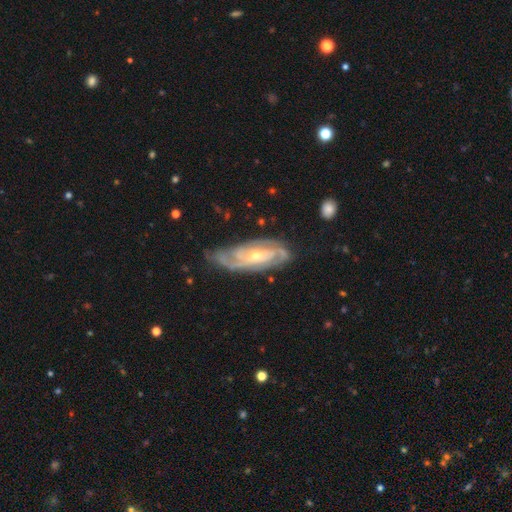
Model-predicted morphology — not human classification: Smooth or featured?
  - featured or disk: 87% *
  - smooth: 8%
  - star or artifact: 5%
Edge-on disk?
  - no: 92% *
  - yes: 8%
Bar?
  - no: 55% *
  - weak: 33%
  - strong: 11%
Spiral arms?
  - yes: 96% *
  - no: 4%
Spiral winding?
  - tight: 61% *
  - medium: 32%
  - loose: 7%
Spiral arm count?
  - 2: 35% *
  - 3: 25%
  - can't tell: 23%
  - 4: 9%
  - 1: 4%
  - more than 4: 4%
Bulge size?
  - small: 60% *
  - moderate: 37%
  - large: 1%
  - none: 1%
  - dominant: 1%
Merging?
  - none: 70% *
  - minor disturbance: 21%
  - major disturbance: 7%
  - merger: 2%